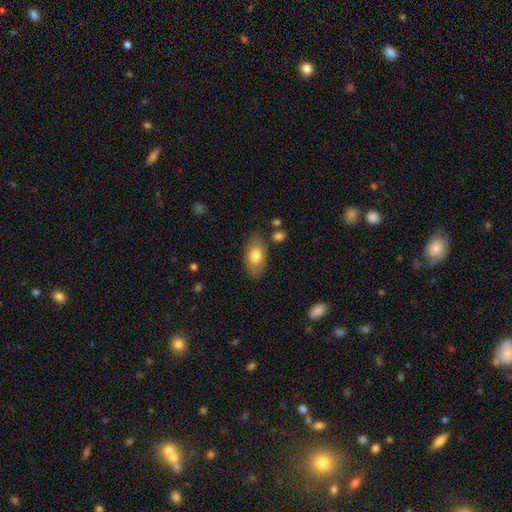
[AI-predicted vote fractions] smooth-or-featured: smooth: 73% | featured or disk: 20% | star or artifact: 6%
  how-rounded: in between: 92% | round: 6% | cigar-shaped: 2%
  merging: none: 78% | minor disturbance: 15% | major disturbance: 4% | merger: 4%